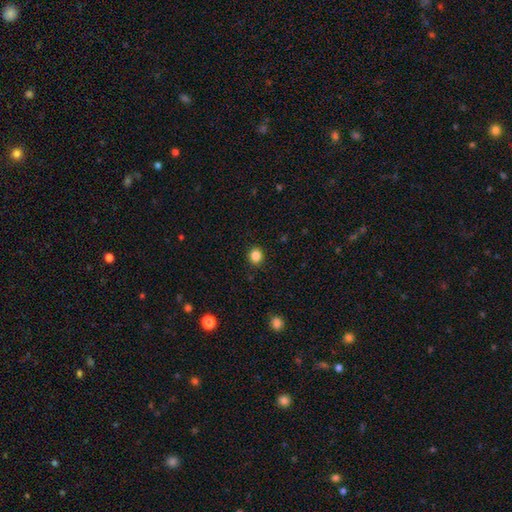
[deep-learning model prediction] A smooth galaxy with no disk features (86%) that is round (77%).

Vote fractions:
- Smooth or featured? smooth: 86% / star or artifact: 11% / featured or disk: 3%
- How rounded? round: 77% / in between: 22% / cigar-shaped: 1%
- Merging? none: 91% / minor disturbance: 6% / major disturbance: 2% / merger: 1%